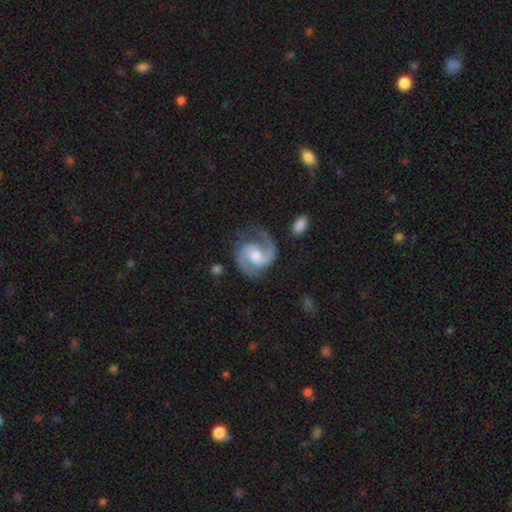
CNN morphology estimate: The model was most divided on "bar": weak: 46%, no: 41%, strong: 14%. More confident: edge-on disk — no (98%); spiral arms — yes (98%); spiral arm count — 2 (93%); smooth or featured — featured or disk (92%); merging — none (77%); spiral winding — medium (61%); bulge size — moderate (61%).